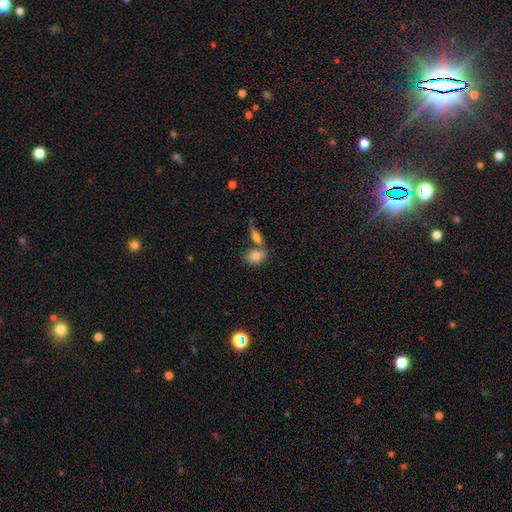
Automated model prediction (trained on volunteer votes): smooth 84%, featured or disk 9%, star or artifact 7%. Down the decision tree: how rounded — in between (76%); merging — none (49%).